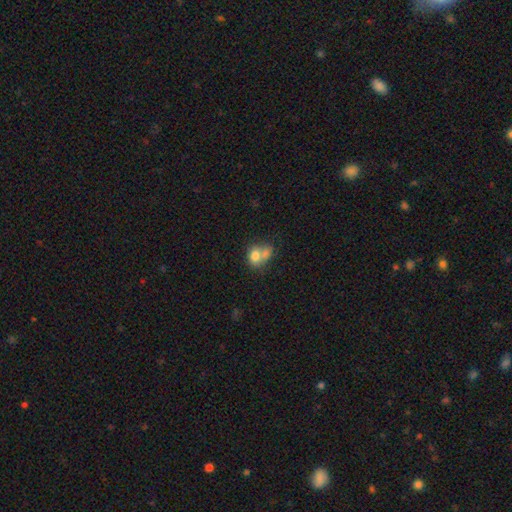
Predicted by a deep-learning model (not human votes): This appears to be a smooth galaxy with no disk features (74%) that is in between round and cigar-shaped (53%). Merging: merger (59%).